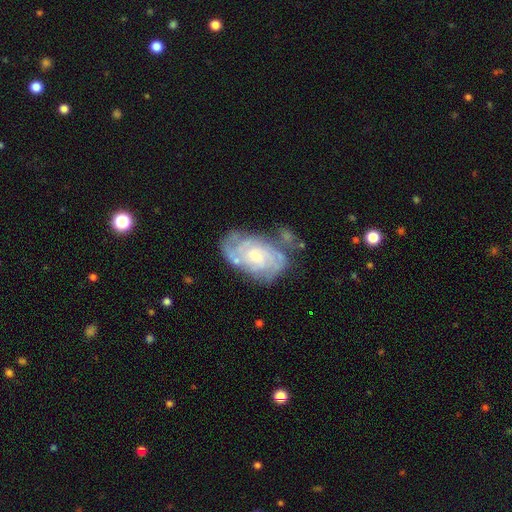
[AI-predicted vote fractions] Smooth or featured?
  - featured or disk: 81% *
  - smooth: 13%
  - star or artifact: 7%
Edge-on disk?
  - no: 96% *
  - yes: 4%
Bar?
  - no: 69% *
  - weak: 27%
  - strong: 5%
Spiral arms?
  - yes: 92% *
  - no: 8%
Spiral winding?
  - tight: 65% *
  - medium: 28%
  - loose: 7%
Spiral arm count?
  - can't tell: 40% *
  - 2: 22%
  - 3: 17%
  - 4: 11%
  - more than 4: 5%
  - 1: 5%
Bulge size?
  - small: 46% *
  - moderate: 43%
  - large: 5%
  - none: 5%
  - dominant: 1%
Merging?
  - none: 61% *
  - minor disturbance: 22%
  - major disturbance: 10%
  - merger: 7%